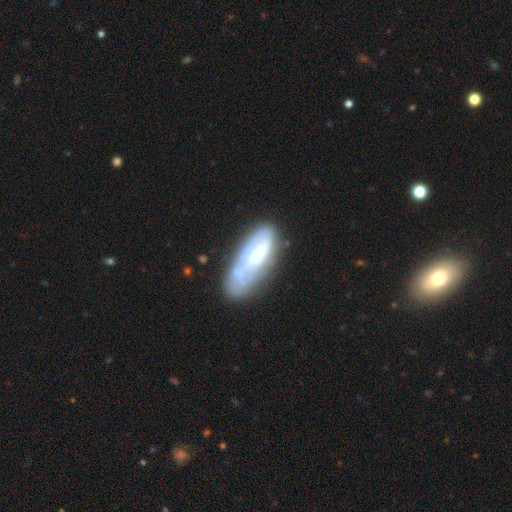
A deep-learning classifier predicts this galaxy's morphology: Overall: featured or disk (53%; smooth 40%). Edge-on disk: no (86%). Merging: none (50%; minor disturbance 26%).